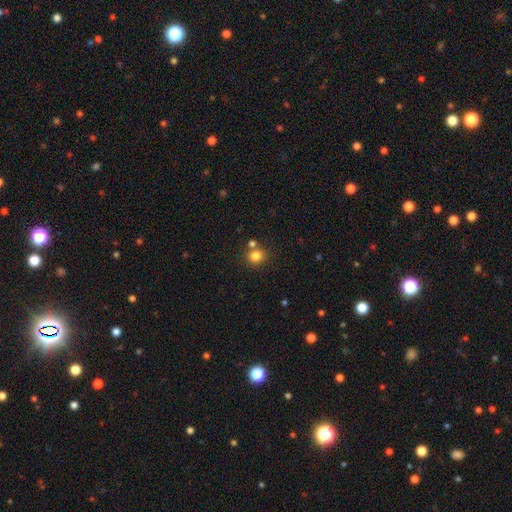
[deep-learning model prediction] Smooth or featured?
  - smooth: 82% *
  - star or artifact: 12%
  - featured or disk: 6%
How rounded?
  - round: 82% *
  - in between: 17%
  - cigar-shaped: 1%
Merging?
  - none: 70% *
  - merger: 18%
  - minor disturbance: 9%
  - major disturbance: 3%